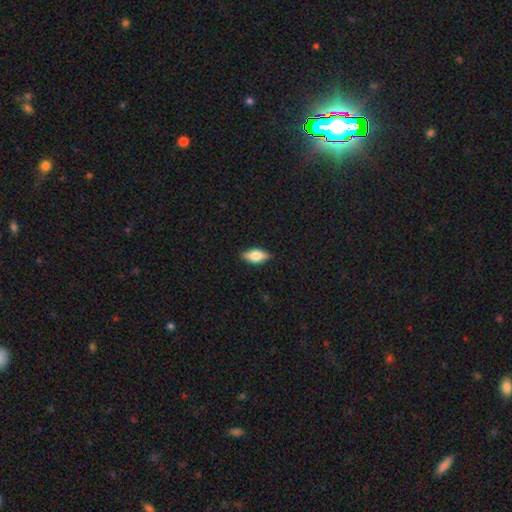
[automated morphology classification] smooth_or_featured: smooth (p=0.63) [alt: featured or disk p=0.30]
how_rounded: in between (p=0.81) [alt: cigar-shaped p=0.15]
merging: none (p=0.87) [alt: minor disturbance p=0.10]